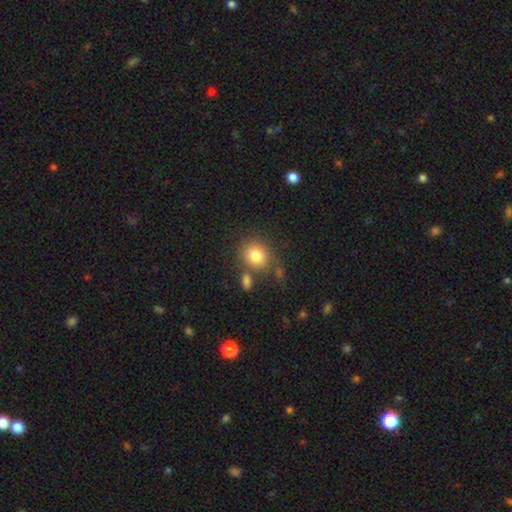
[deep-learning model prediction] smooth 82%, star or artifact 10%, featured or disk 9%. Down the decision tree: how rounded — round (74%); merging — none (65%).